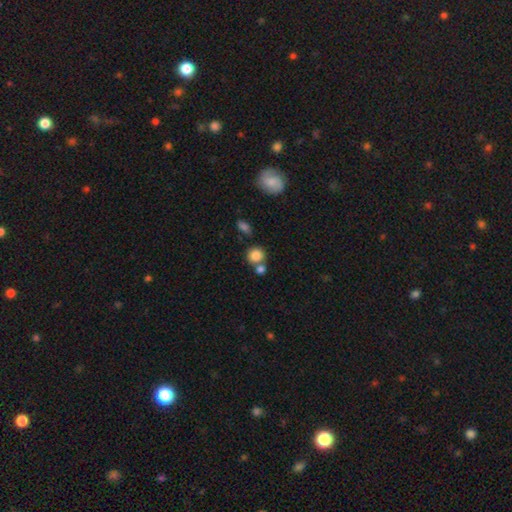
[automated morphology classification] smooth 83%, star or artifact 10%, featured or disk 7%. Down the decision tree: how rounded — round (85%); merging — none (59%).